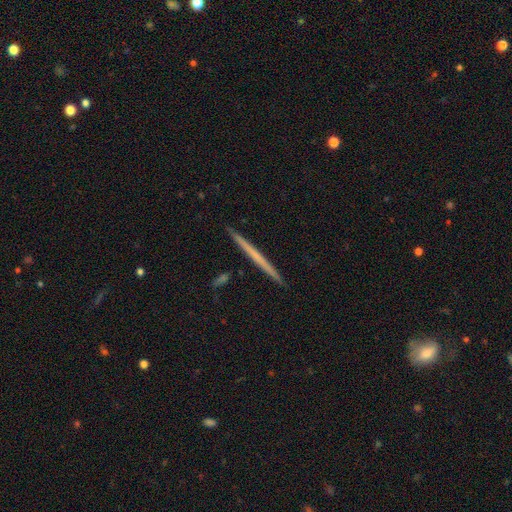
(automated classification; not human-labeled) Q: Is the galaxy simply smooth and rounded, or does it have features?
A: featured or disk — 51%.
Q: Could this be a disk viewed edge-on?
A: yes — 98%.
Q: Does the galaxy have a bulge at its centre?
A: none — 92%.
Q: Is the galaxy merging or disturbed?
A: none — 93%.